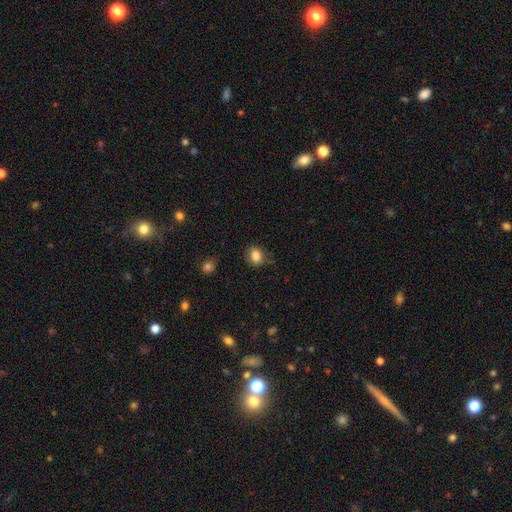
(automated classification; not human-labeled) The model was most divided on "how rounded": in between: 50%, round: 49%, cigar-shaped: 1%. More confident: smooth or featured — smooth (84%); merging — none (74%).